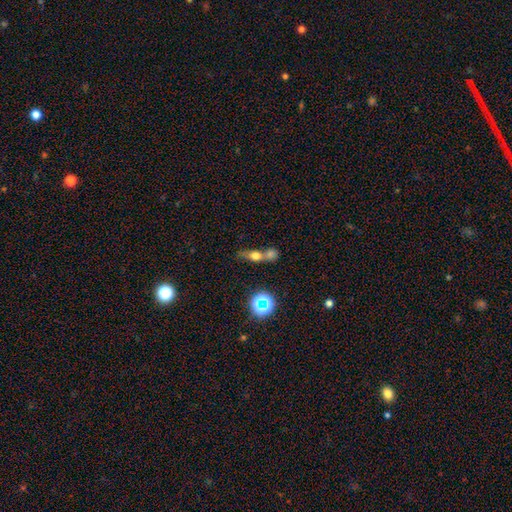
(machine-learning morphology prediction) The model was most divided on "how rounded": in between: 43%, round: 37%, cigar-shaped: 20%. More confident: smooth or featured — smooth (57%); merging — merger (53%).